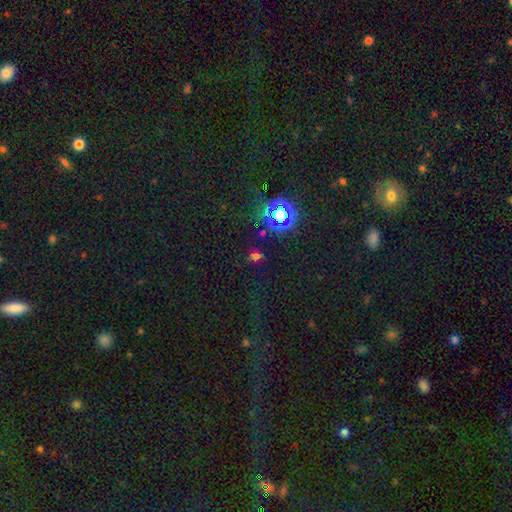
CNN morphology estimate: smooth_or_featured: star or artifact (p=0.50) [alt: smooth p=0.42]